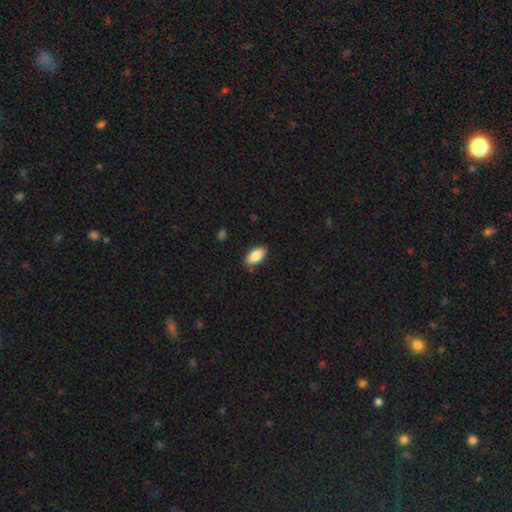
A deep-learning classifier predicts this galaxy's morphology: smooth_or_featured: smooth (p=0.84) [alt: featured or disk p=0.10]
how_rounded: in between (p=0.92) [alt: cigar-shaped p=0.05]
merging: none (p=0.83) [alt: minor disturbance p=0.13]